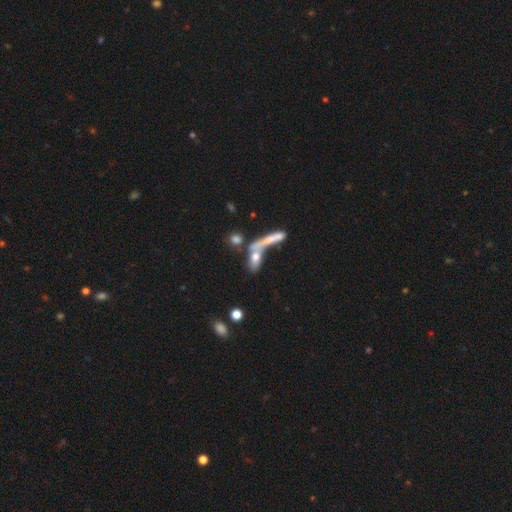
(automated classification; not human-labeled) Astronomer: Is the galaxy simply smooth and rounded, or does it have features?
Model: smooth — 52% (runner-up: featured or disk, 35%).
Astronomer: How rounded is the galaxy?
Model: cigar-shaped — 55% (runner-up: in between, 34%).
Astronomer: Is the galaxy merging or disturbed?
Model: merger — 48% (runner-up: none, 28%).